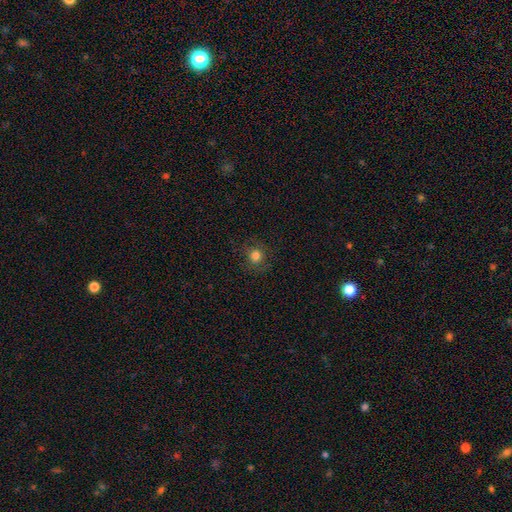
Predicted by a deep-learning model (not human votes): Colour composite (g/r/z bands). It shows a smooth galaxy with no disk features (79%) that is round (88%). Merging: none (85%).